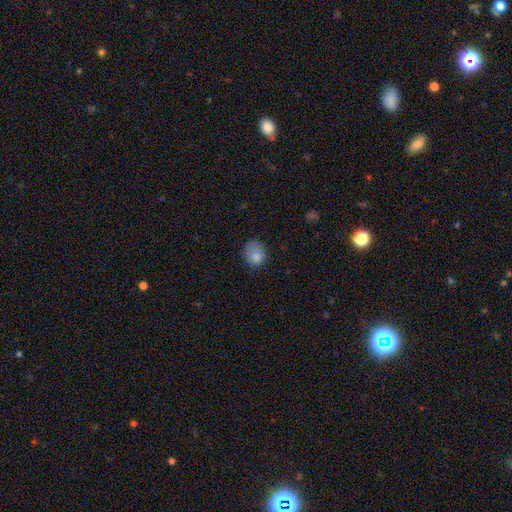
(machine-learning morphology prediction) A smooth galaxy with no disk features (82%) that is in between round and cigar-shaped (50%, tied with round).

Vote fractions:
- Smooth or featured? smooth: 82% / star or artifact: 10% / featured or disk: 8%
- How rounded? in between: 50% (tied) / round: 50% (tied) / cigar-shaped: 1%
- Merging? none: 56% / minor disturbance: 30% / major disturbance: 12% / merger: 2%